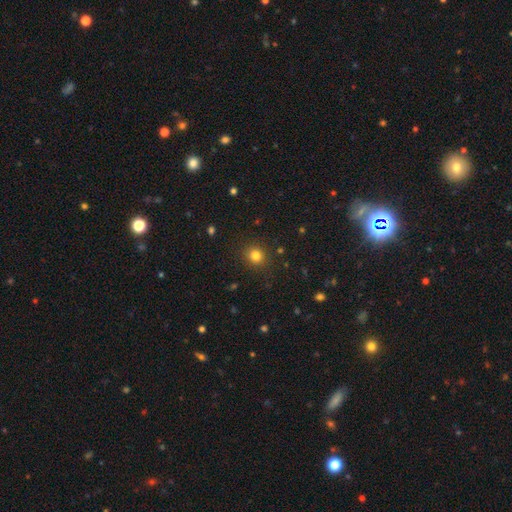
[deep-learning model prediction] smooth 80%, star or artifact 14%, featured or disk 6%. Down the decision tree: how rounded — round (87%); merging — none (90%).